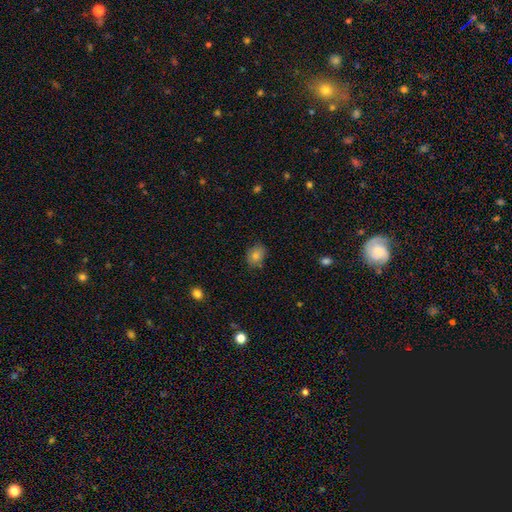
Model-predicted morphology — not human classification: The model was most divided on "how rounded": round: 50%, in between: 49%, cigar-shaped: 1%. More confident: merging — none (79%); smooth or featured — smooth (77%).